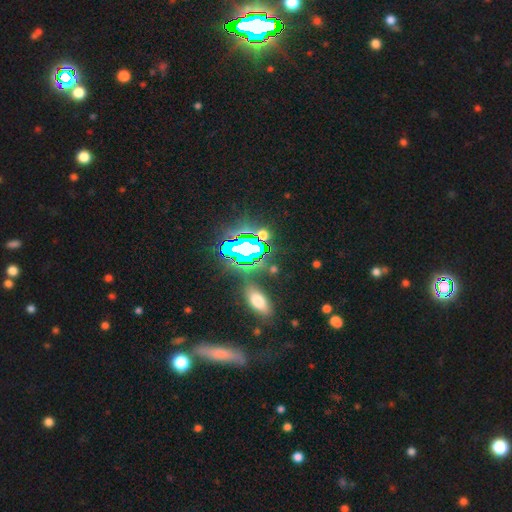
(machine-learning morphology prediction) This appears to be a star or artifact, not a galaxy (75%).